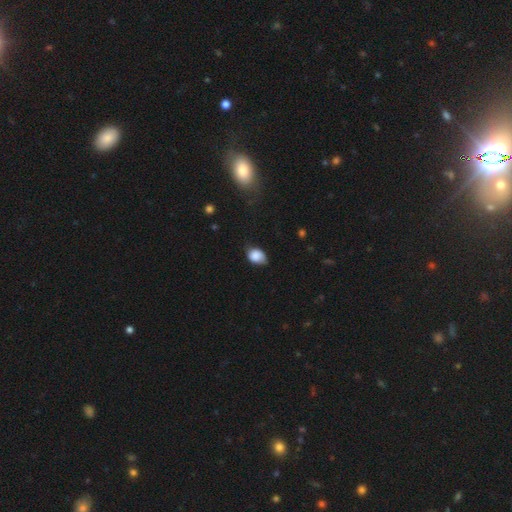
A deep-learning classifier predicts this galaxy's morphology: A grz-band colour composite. It shows a smooth galaxy with no disk features (82%) that is in between round and cigar-shaped (72%). Merging: none (53%).